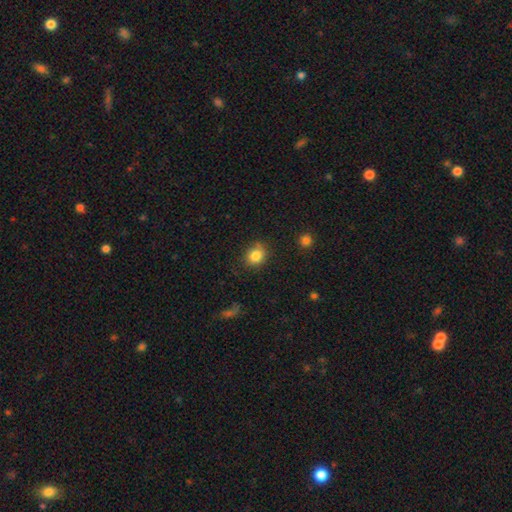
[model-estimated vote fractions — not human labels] Morphology: type=smooth (84%); roundness=round (70%); merging=none (76%).